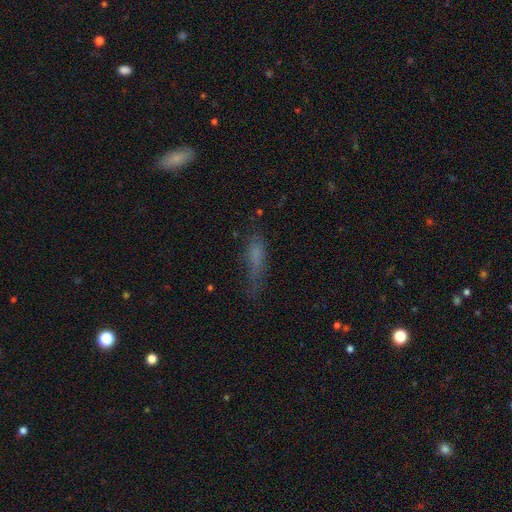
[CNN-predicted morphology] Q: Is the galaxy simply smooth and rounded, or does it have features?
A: smooth — 63%.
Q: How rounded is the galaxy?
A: cigar-shaped — 67%.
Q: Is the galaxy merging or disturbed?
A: none — 50%.